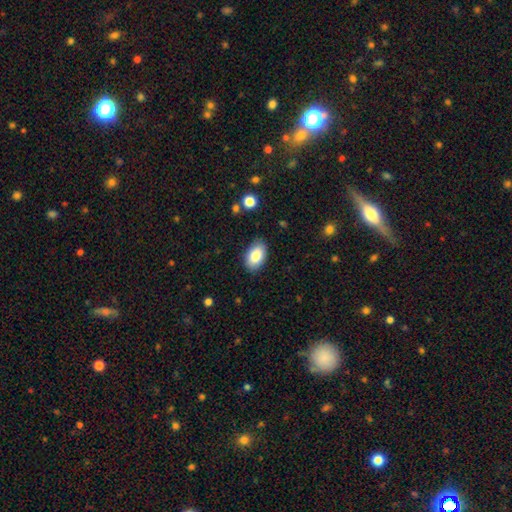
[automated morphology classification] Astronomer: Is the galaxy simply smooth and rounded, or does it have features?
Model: smooth — 85%.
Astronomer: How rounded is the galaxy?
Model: in between — 93%.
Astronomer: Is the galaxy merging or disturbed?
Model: none — 85%.